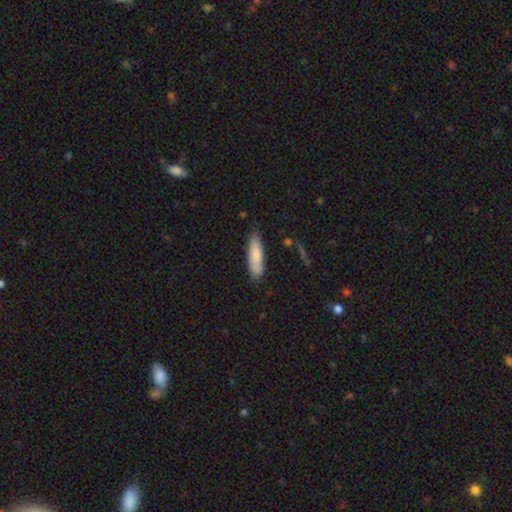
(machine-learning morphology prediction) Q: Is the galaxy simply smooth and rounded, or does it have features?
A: smooth — 80%.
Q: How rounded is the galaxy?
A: cigar-shaped — 64%.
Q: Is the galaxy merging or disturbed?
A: none — 77%.